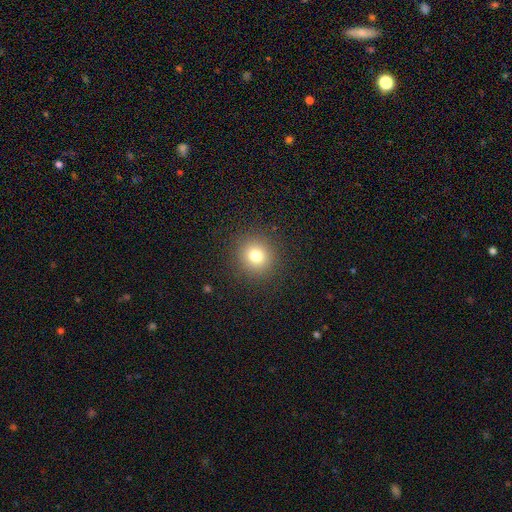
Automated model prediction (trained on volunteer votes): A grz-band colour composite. It shows a smooth galaxy with no disk features (78%) that is round (89%). Merging: none (90%).